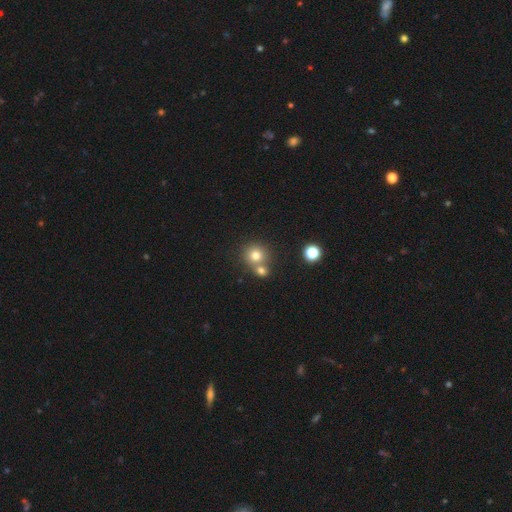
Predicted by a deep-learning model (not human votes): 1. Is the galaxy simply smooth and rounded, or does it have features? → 76% smooth, 13% star or artifact, 11% featured or disk.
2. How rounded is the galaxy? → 88% round, 11% in between, 1% cigar-shaped.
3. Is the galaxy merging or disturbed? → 51% none, 39% merger, 7% minor disturbance, 3% major disturbance.